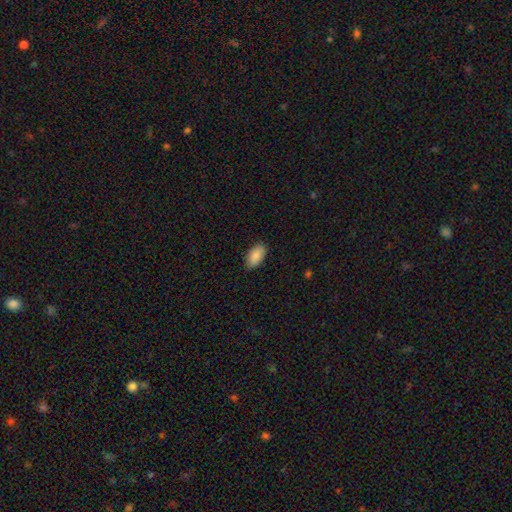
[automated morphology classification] Smooth or featured: smooth — 89% (star or artifact — 6%)
How rounded: in between — 94% (cigar-shaped — 3%)
Merging: none — 87% (minor disturbance — 10%)